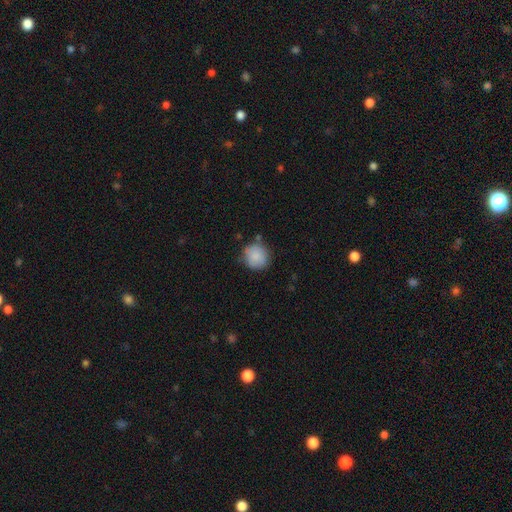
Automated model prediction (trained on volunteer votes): smooth_or_featured: smooth (p=0.87) [alt: star or artifact p=0.08]
how_rounded: round (p=0.87) [alt: in between p=0.12]
merging: none (p=0.77) [alt: minor disturbance p=0.16]